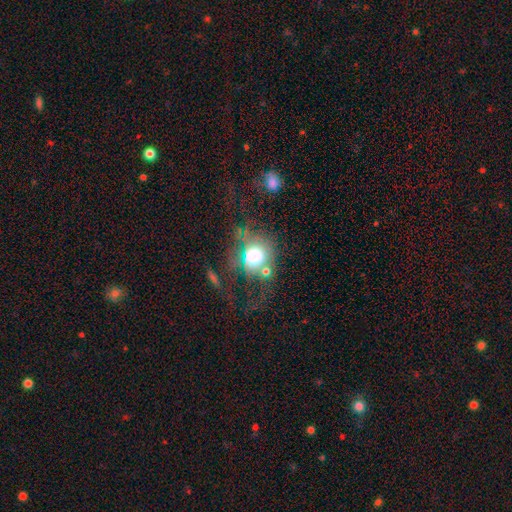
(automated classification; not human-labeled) This appears to be a smooth galaxy with no disk features (54%) that is round (72%). Merging: none (35%).